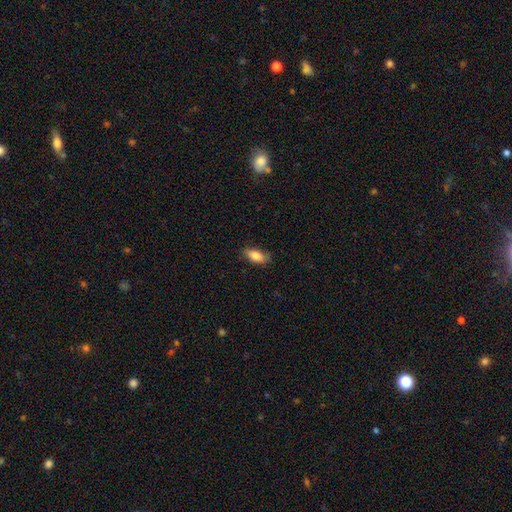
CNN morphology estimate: Smooth or featured? smooth (83%)
How rounded? in between (84%)
Merging? none (81%)